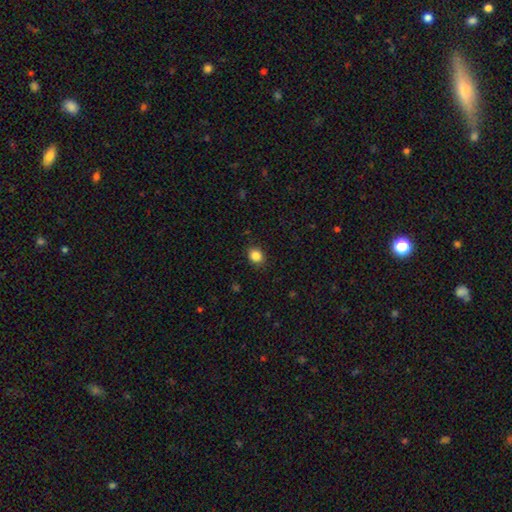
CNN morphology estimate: A smooth galaxy with no disk features (86%) that is round (65%).

Vote fractions:
- Smooth or featured? smooth: 86% / star or artifact: 10% / featured or disk: 4%
- How rounded? round: 65% / in between: 34% / cigar-shaped: 1%
- Merging? none: 89% / minor disturbance: 8% / major disturbance: 2% / merger: 1%